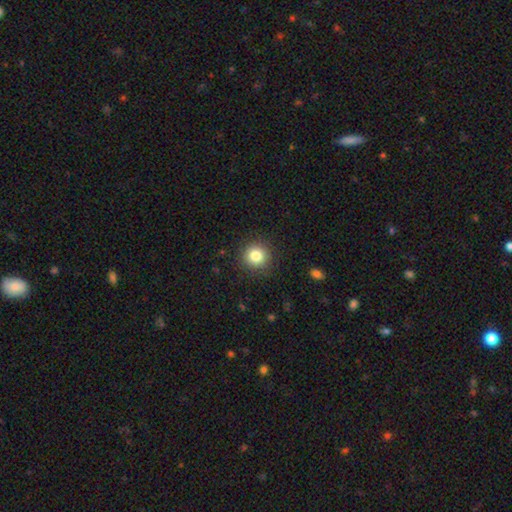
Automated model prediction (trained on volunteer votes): Morphology: type=smooth (83%); roundness=round (93%); merging=none (89%).